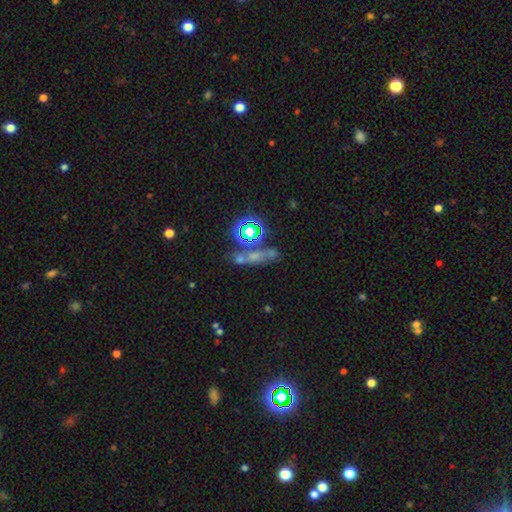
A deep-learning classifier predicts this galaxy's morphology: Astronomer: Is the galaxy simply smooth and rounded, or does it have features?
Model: star or artifact — 41% (runner-up: smooth, 39%).